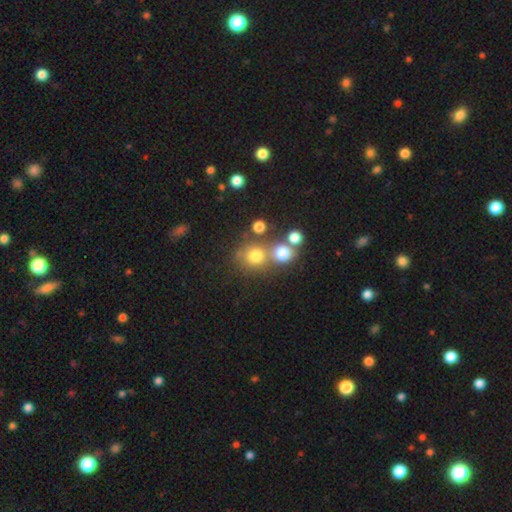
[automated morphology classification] The model was most divided on "merging": none: 54%, merger: 31%, minor disturbance: 10%, major disturbance: 5%. More confident: how rounded — round (85%); smooth or featured — smooth (72%).